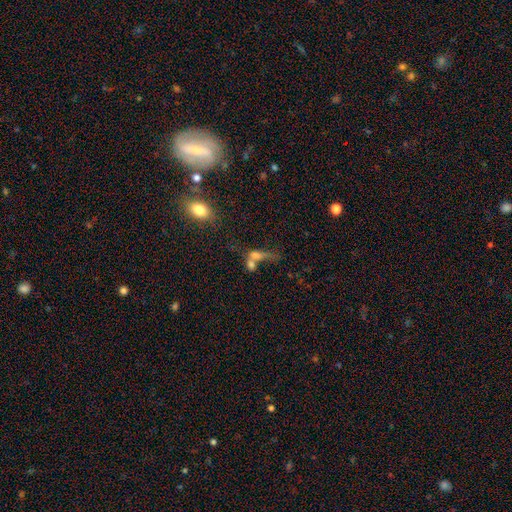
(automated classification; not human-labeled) This is possibly a smooth galaxy (59%). How rounded: possibly in between (57%). Merging: possibly merger (57%).